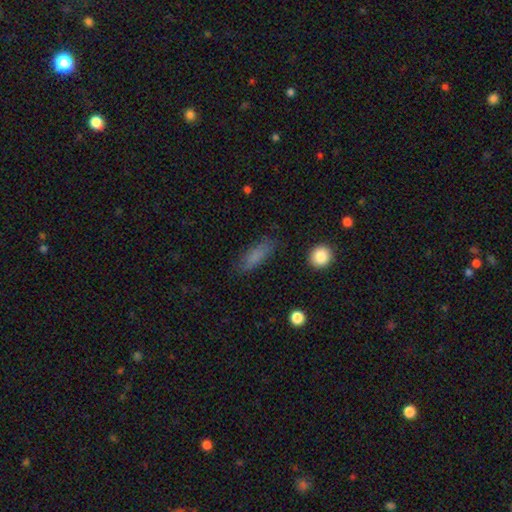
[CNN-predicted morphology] A smooth galaxy with no disk features (79%) that is in between round and cigar-shaped (50%).

Vote fractions:
- Smooth or featured? smooth: 79% / featured or disk: 11% / star or artifact: 10%
- How rounded? in between: 50% / cigar-shaped: 47% / round: 3%
- Merging? none: 79% / minor disturbance: 15% / major disturbance: 4% / merger: 2%